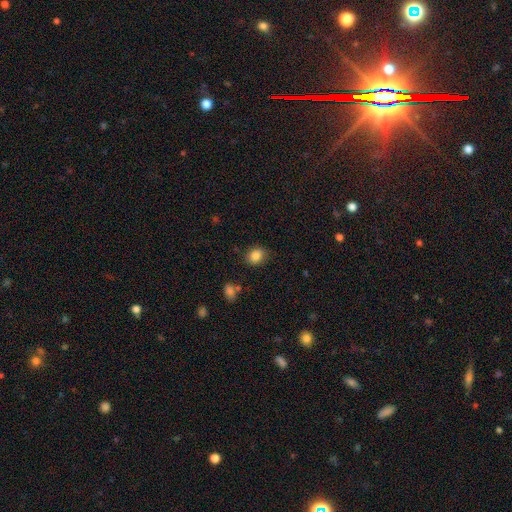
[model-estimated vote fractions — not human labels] smooth_or_featured: smooth (p=0.85) [alt: star or artifact p=0.10]
how_rounded: round (p=0.51) [alt: in between p=0.48]
merging: none (p=0.81) [alt: minor disturbance p=0.13]